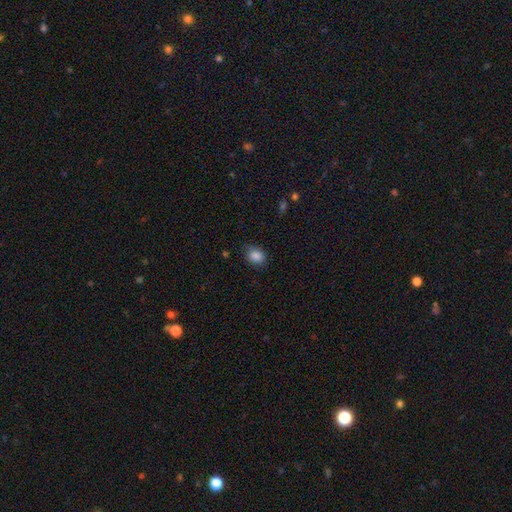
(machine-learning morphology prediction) A smooth galaxy with no disk features (86%) that is in between round and cigar-shaped (51%).

Vote fractions:
- Smooth or featured? smooth: 86% / star or artifact: 9% / featured or disk: 5%
- How rounded? in between: 51% / round: 48% / cigar-shaped: 1%
- Merging? none: 79% / minor disturbance: 17% / major disturbance: 3% / merger: 1%